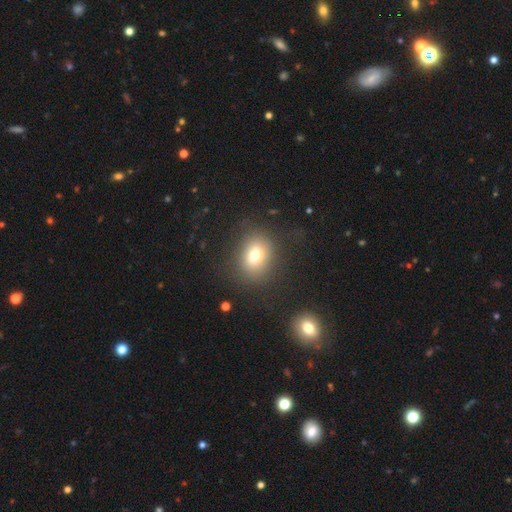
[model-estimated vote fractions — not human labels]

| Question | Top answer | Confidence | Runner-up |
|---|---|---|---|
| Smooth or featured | smooth | 73% | star or artifact (14%) |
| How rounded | round | 53% | in between (46%) |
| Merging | none | 79% | minor disturbance (12%) |